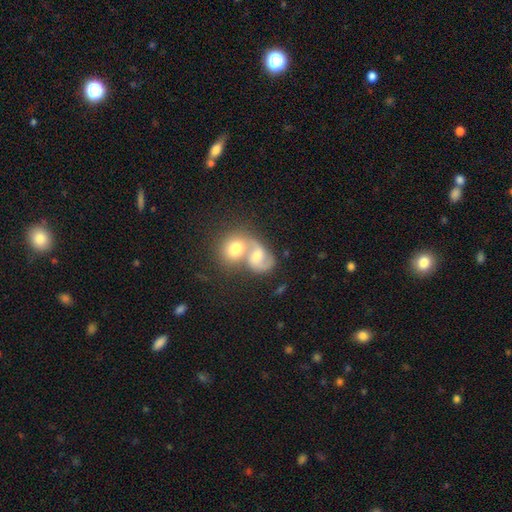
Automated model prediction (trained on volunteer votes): smooth-or-featured: featured or disk: 62% | smooth: 28% | star or artifact: 10%
  disk-edge-on: no: 96% | yes: 4%
    bar: no: 53% | weak: 37% | strong: 10%
    has-spiral-arms: yes: 85% | no: 15%
      spiral-winding: medium: 49% | loose: 32% | tight: 20%
      spiral-arm-count: 2: 81% | can't tell: 8% | 1: 7% | 3: 2% | 4: 1% | more than 4: 1%
    bulge-size: moderate: 60% | small: 25% | large: 10% | none: 4% | dominant: 2%
  merging: merger: 64% | none: 24% | minor disturbance: 7% | major disturbance: 5%